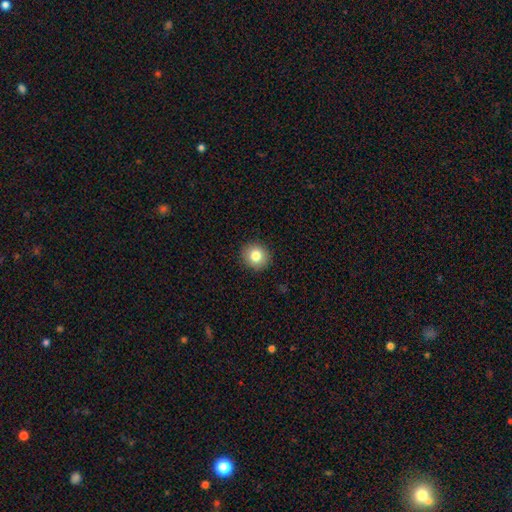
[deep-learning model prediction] A smooth galaxy with no disk features (81%) that is round (88%). Merging: none (92%).